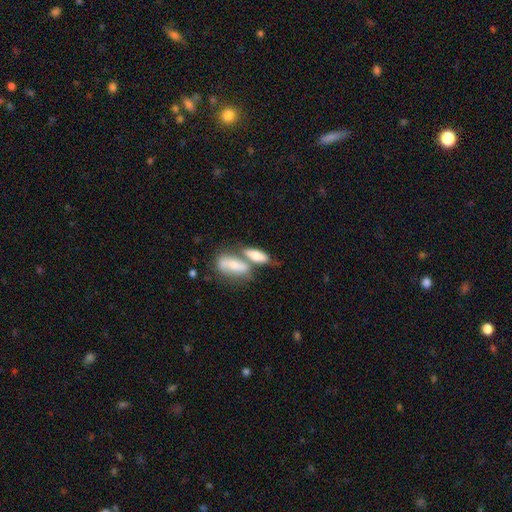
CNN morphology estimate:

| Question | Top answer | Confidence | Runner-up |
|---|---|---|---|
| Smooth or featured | smooth | 71% | featured or disk (23%) |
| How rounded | in between | 71% | cigar-shaped (25%) |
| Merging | merger | 55% | none (30%) |